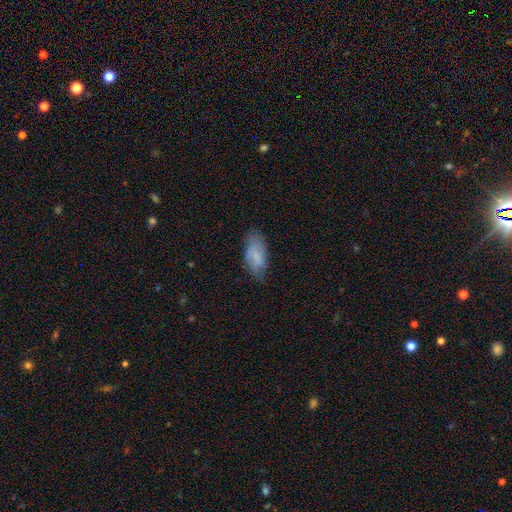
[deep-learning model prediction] Smooth or featured? Predicted: smooth (p=0.70). How rounded? Predicted: in between (p=0.87). Merging? Predicted: none (p=0.66).